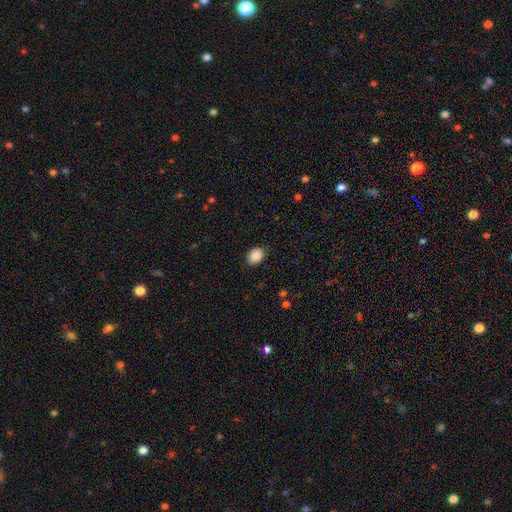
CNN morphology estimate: Q: Smooth or featured?
A: smooth (88%); runner-up: star or artifact (8%)
Q: How rounded?
A: in between (66%); runner-up: round (33%)
Q: Merging?
A: none (87%); runner-up: minor disturbance (9%)